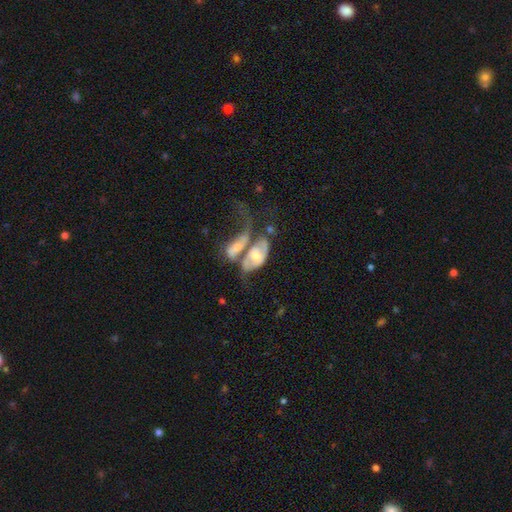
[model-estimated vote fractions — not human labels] Smooth or featured?
  - featured or disk: 66% *
  - smooth: 28%
  - star or artifact: 6%
Edge-on disk?
  - no: 93% *
  - yes: 7%
Bar?
  - no: 66% *
  - weak: 25%
  - strong: 8%
Spiral arms?
  - yes: 72% *
  - no: 28%
Bulge size?
  - moderate: 54% *
  - small: 37%
  - large: 5%
  - none: 3%
  - dominant: 1%
Merging?
  - merger: 63% *
  - major disturbance: 16%
  - none: 12%
  - minor disturbance: 8%